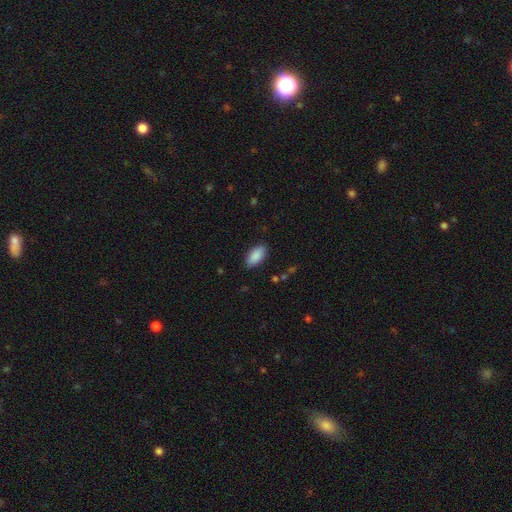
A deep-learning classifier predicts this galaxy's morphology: A smooth galaxy with no disk features (90%) that is in between round and cigar-shaped (93%).

Vote fractions:
- Smooth or featured? smooth: 90% / star or artifact: 6% / featured or disk: 4%
- How rounded? in between: 93% / cigar-shaped: 5% / round: 2%
- Merging? none: 88% / minor disturbance: 9% / major disturbance: 2% / merger: 1%